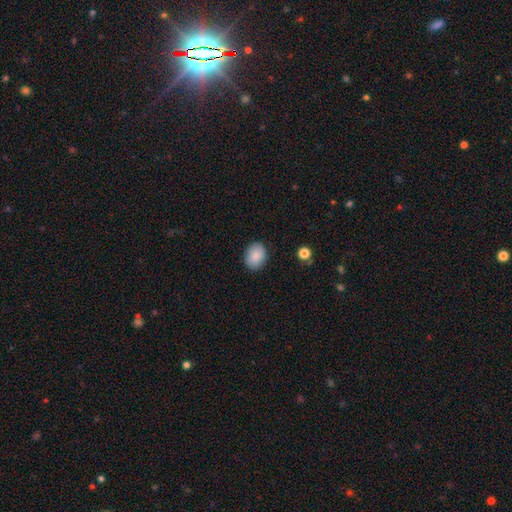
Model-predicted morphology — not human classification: smooth 87%, star or artifact 7%, featured or disk 6%. Down the decision tree: how rounded — in between (61%); merging — none (88%).